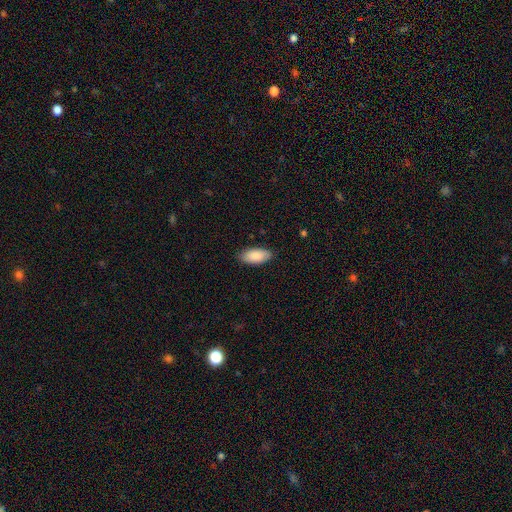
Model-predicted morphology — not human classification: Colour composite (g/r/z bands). It shows a smooth galaxy with no disk features (88%) that is in between round and cigar-shaped (92%). Merging: none (85%).